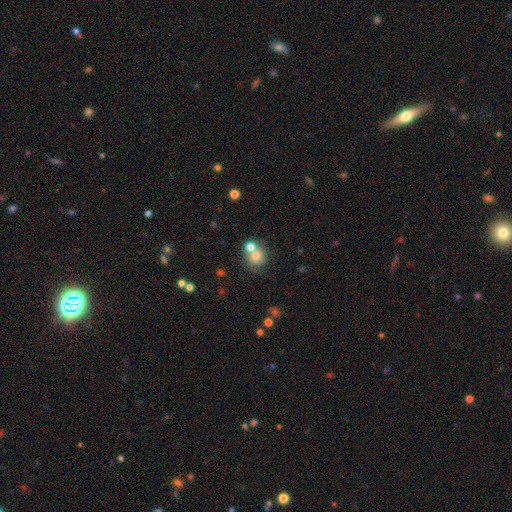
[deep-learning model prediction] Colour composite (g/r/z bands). It shows a smooth galaxy with no disk features (72%) that is round (80%). Merging: none (44%).